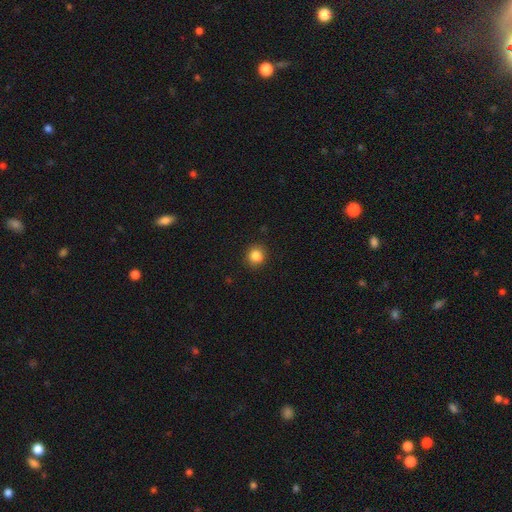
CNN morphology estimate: A smooth galaxy with no disk features (85%) that is round (88%).

Vote fractions:
- Smooth or featured? smooth: 85% / star or artifact: 11% / featured or disk: 4%
- How rounded? round: 88% / in between: 11% / cigar-shaped: 1%
- Merging? none: 89% / minor disturbance: 8% / major disturbance: 2% / merger: 1%